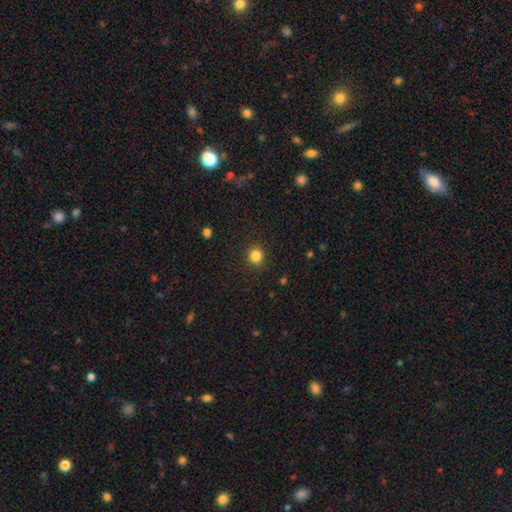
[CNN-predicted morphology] Smooth or featured? Predicted: smooth (p=0.84). How rounded? Predicted: round (p=0.85). Merging? Predicted: none (p=0.90).